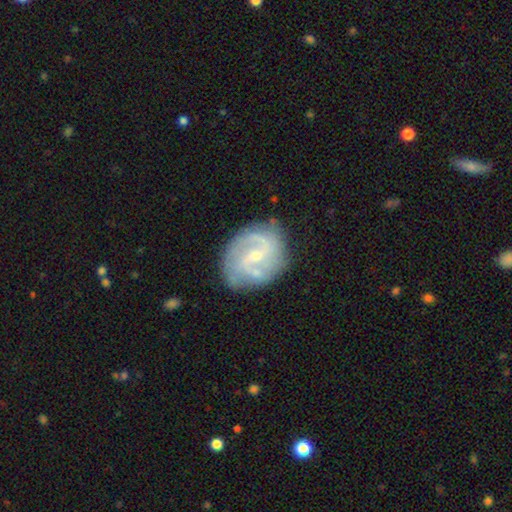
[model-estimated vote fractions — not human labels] This appears to be a featured or disk galaxy (84%) with a weak bar (54%), 2 (77%) medium (49%) spiral arms (94%) and a small central bulge (62%). Merging: none (71%).